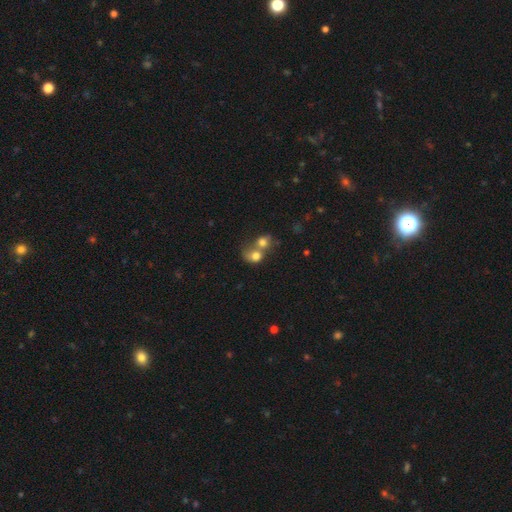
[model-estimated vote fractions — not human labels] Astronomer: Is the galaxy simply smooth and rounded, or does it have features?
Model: smooth — 73%.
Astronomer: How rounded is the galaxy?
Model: round — 64%.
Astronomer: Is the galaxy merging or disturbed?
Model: merger — 73%.